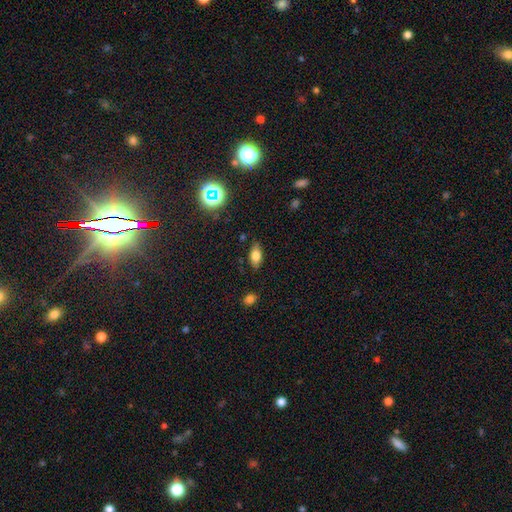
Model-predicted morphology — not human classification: Smooth or featured? smooth (76%)
How rounded? in between (87%)
Merging? none (84%)